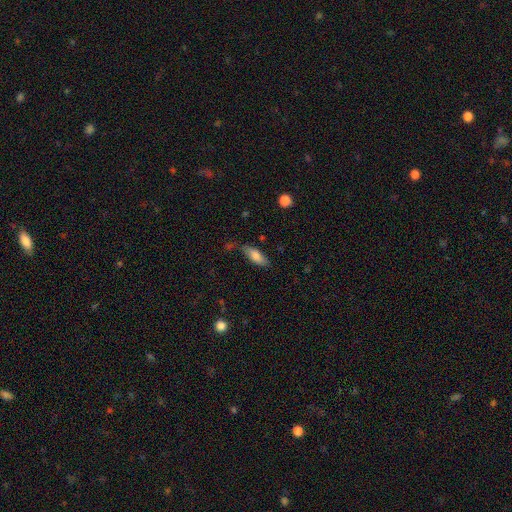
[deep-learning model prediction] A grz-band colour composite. It shows a smooth galaxy with no disk features (76%) that is in between round and cigar-shaped (69%). Merging: none (68%).